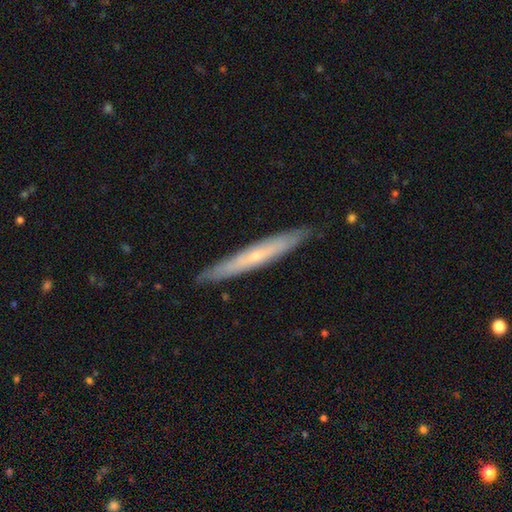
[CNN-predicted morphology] A featured or disk galaxy (57%) viewed edge-on (87%).

Vote fractions:
- Smooth or featured? featured or disk: 57% / smooth: 37% / star or artifact: 6%
- Edge-on disk? yes: 87% / no: 13%
- Merging? none: 88% / minor disturbance: 9% / major disturbance: 1% / merger: 1%